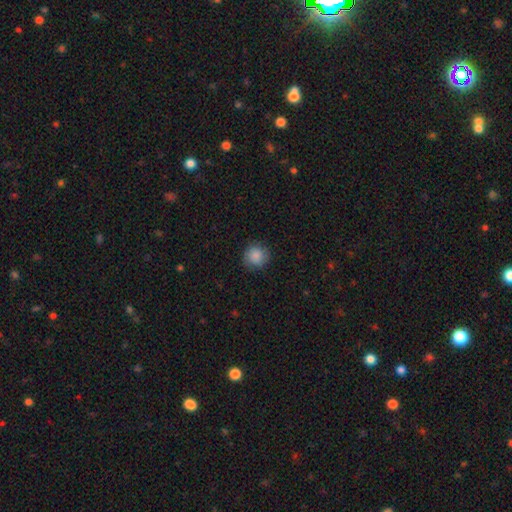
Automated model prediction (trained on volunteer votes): This is clearly a smooth galaxy (86%). How rounded: clearly round (90%). Merging: clearly none (84%).